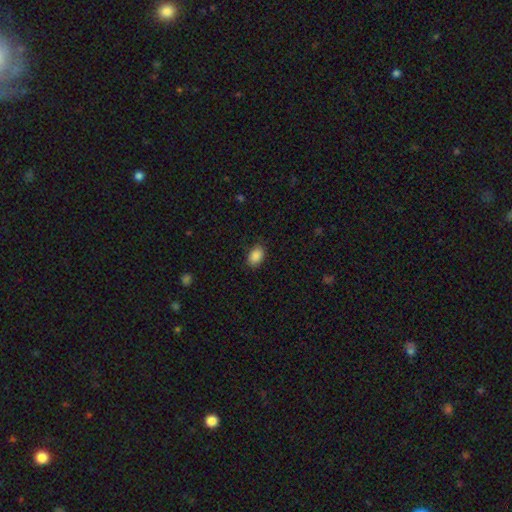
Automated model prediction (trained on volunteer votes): Smooth or featured?
  - smooth: 88% *
  - star or artifact: 8%
  - featured or disk: 4%
How rounded?
  - in between: 85% *
  - round: 14%
  - cigar-shaped: 1%
Merging?
  - none: 86% *
  - minor disturbance: 10%
  - major disturbance: 3%
  - merger: 1%